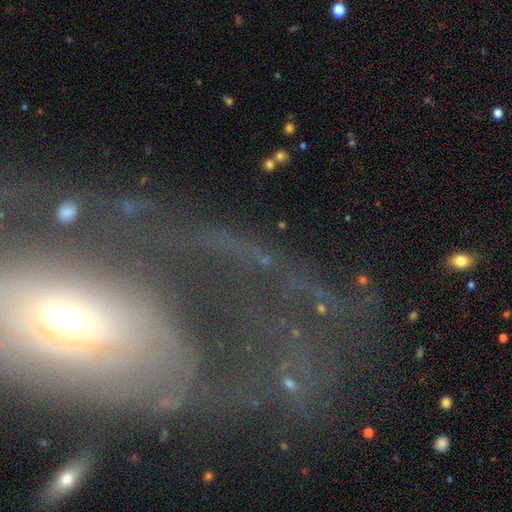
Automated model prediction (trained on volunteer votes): Smooth or featured? Predicted: featured or disk (p=0.57). Edge-on disk? Predicted: no (p=0.84). Merging? Predicted: none (p=0.46).